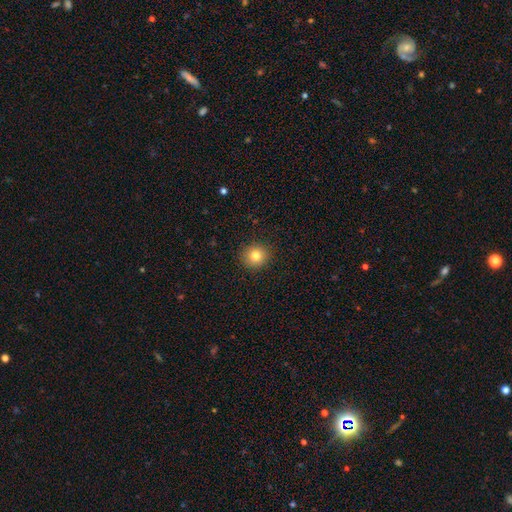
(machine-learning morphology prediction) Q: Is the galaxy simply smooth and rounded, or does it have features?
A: smooth — 81%.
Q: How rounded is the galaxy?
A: round — 89%.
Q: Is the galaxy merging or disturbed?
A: none — 91%.